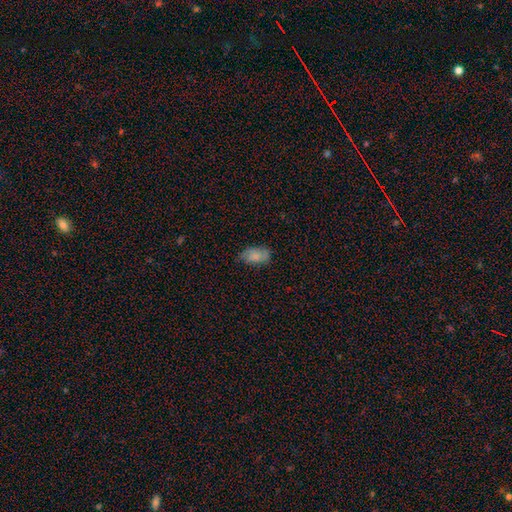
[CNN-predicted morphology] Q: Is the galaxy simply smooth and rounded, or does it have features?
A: smooth — 79%.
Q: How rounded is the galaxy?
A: in between — 93%.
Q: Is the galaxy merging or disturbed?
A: none — 66%.